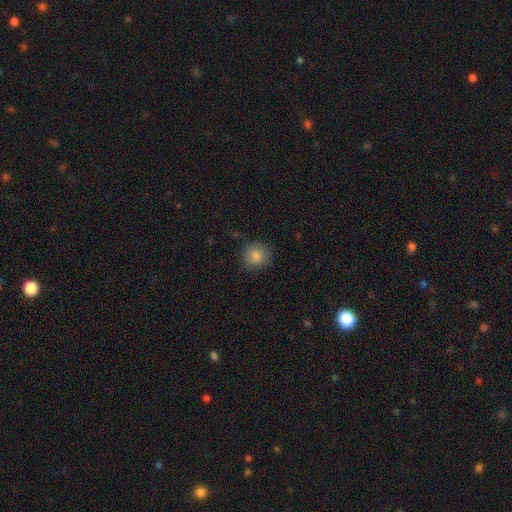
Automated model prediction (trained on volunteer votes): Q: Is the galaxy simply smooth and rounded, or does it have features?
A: smooth — 85%.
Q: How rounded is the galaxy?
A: round — 91%.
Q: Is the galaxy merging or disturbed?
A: none — 87%.